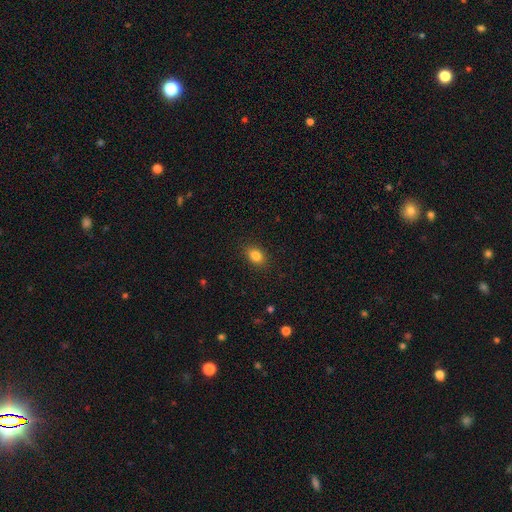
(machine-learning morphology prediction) Overall: smooth (83%). How rounded: in between (71%). Merging: none (88%).